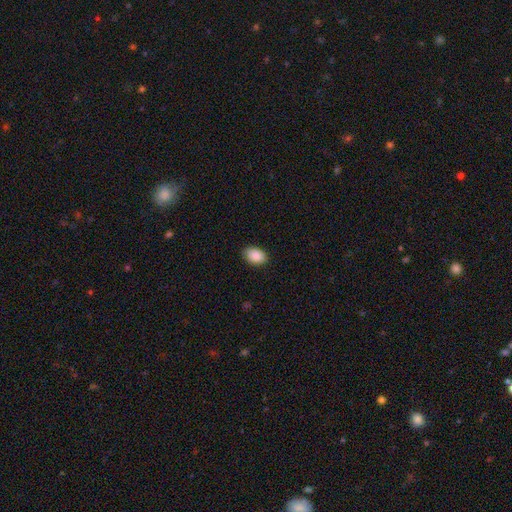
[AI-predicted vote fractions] Smooth or featured? Predicted: smooth (p=0.90). How rounded? Predicted: in between (p=0.89). Merging? Predicted: none (p=0.88).